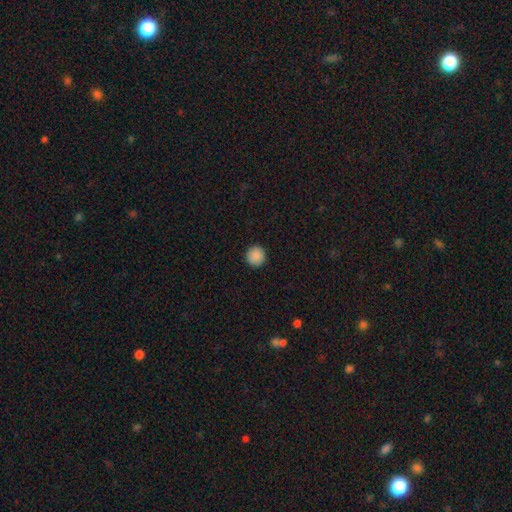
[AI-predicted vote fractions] Morphology: type=smooth (89%); roundness=round (95%); merging=none (93%).